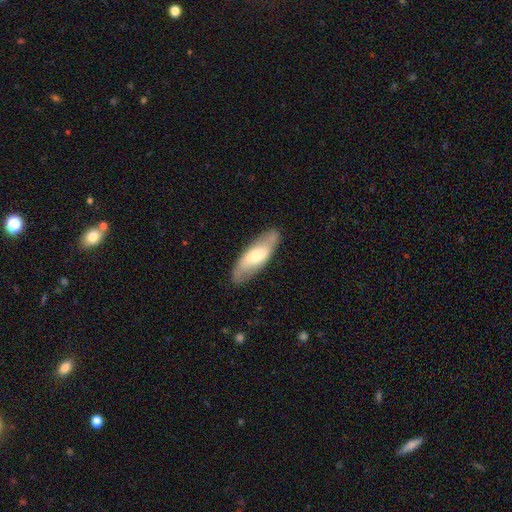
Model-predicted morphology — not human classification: Overall: smooth (53%; featured or disk 42%). How rounded: in between (62%; cigar-shaped 36%). Merging: none (83%).